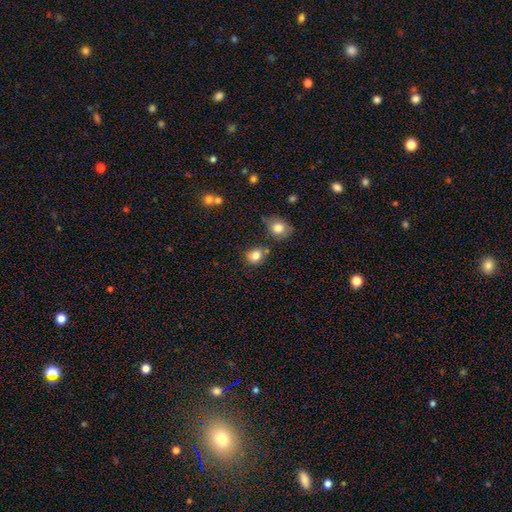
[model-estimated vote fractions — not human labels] smooth-or-featured: smooth: 83% | star or artifact: 11% | featured or disk: 7%
  how-rounded: round: 67% | in between: 32% | cigar-shaped: 1%
  merging: none: 72% | minor disturbance: 13% | merger: 11% | major disturbance: 3%